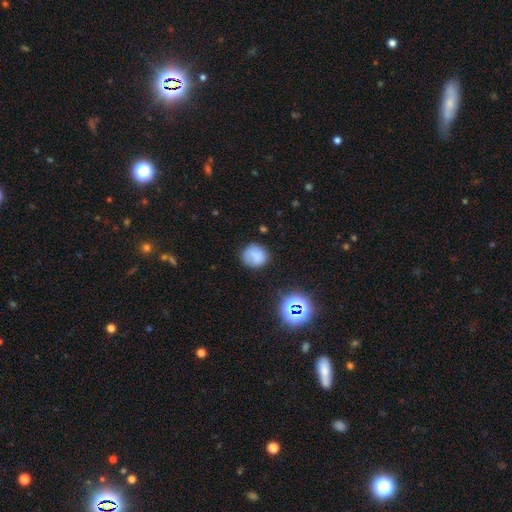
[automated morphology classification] smooth 77%, star or artifact 13%, featured or disk 10%. Down the decision tree: how rounded — round (83%); merging — none (73%).